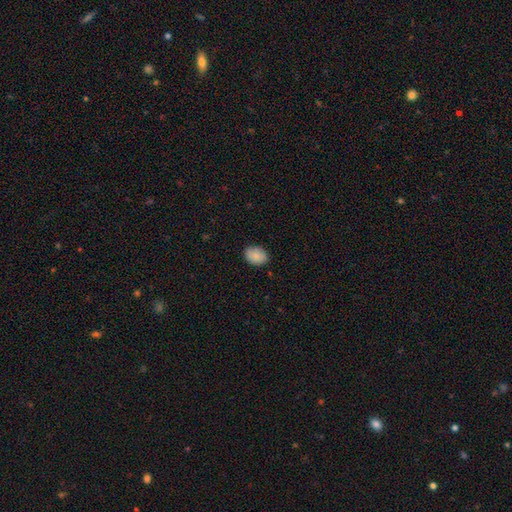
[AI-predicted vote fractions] This is clearly a smooth galaxy (88%). How rounded: likely in between (69%). Merging: clearly none (86%).